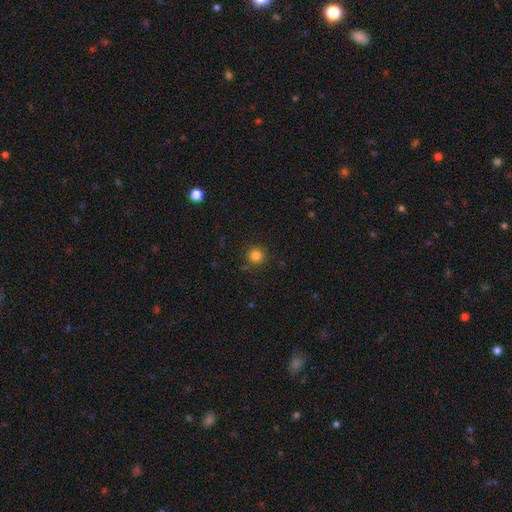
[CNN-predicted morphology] Smooth or featured: smooth — 82% (star or artifact — 13%)
How rounded: round — 94% (in between — 5%)
Merging: none — 88% (minor disturbance — 8%)